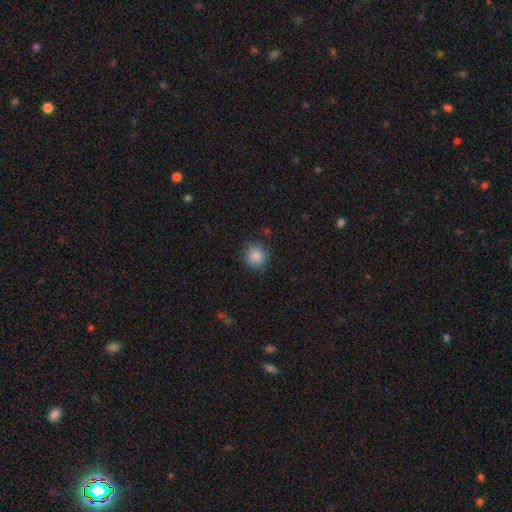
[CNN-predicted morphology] Smooth or featured: smooth — 86% (star or artifact — 10%)
How rounded: round — 90% (in between — 9%)
Merging: none — 82% (minor disturbance — 13%)